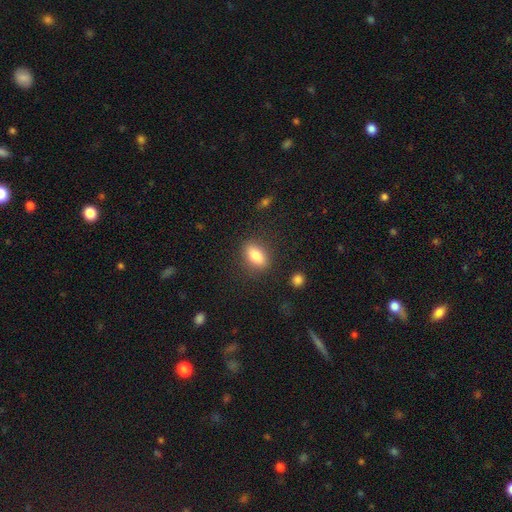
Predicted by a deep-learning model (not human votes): A smooth galaxy with no disk features (81%) that is in between round and cigar-shaped (83%).

Vote fractions:
- Smooth or featured? smooth: 81% / featured or disk: 11% / star or artifact: 8%
- How rounded? in between: 83% / round: 9% / cigar-shaped: 8%
- Merging? none: 84% / minor disturbance: 10% / major disturbance: 3% / merger: 2%